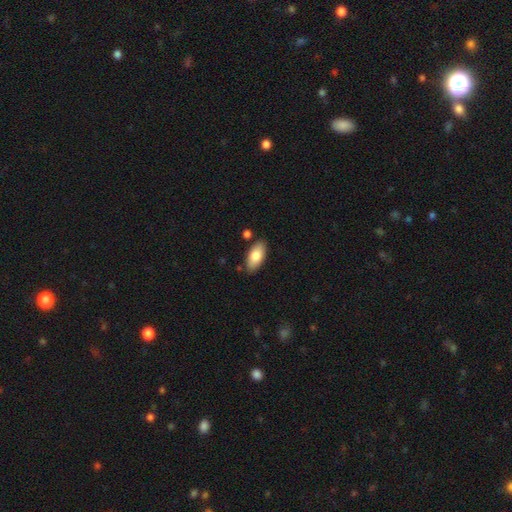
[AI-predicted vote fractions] A smooth galaxy with no disk features (80%) that is in between round and cigar-shaped (91%). Merging: none (84%).